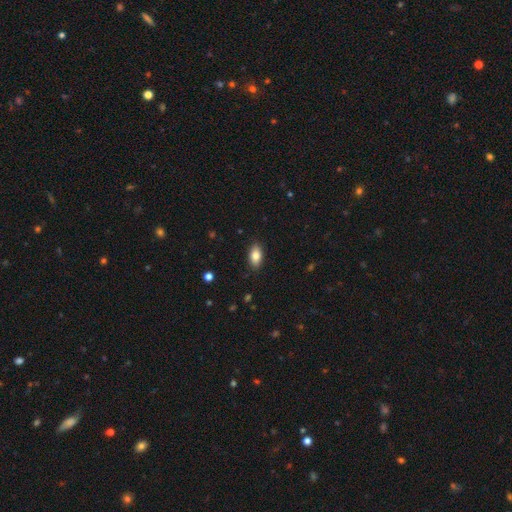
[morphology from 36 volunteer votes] This is clearly a smooth galaxy (89%). How rounded: clearly in between (81%). Merging: clearly none (88%).